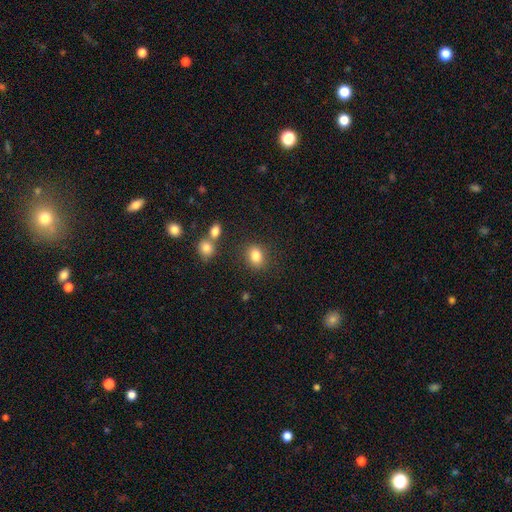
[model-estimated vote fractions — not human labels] This appears to be a smooth galaxy with no disk features (83%) that is in between round and cigar-shaped (53%). Merging: none (80%).